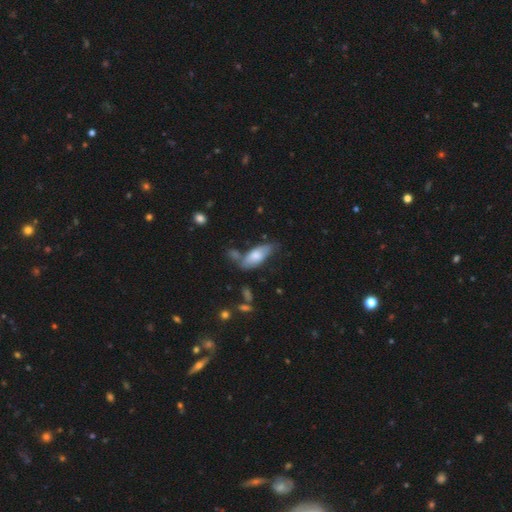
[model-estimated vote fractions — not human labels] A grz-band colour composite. It shows a smooth galaxy with no disk features (69%) that is in between round and cigar-shaped (79%). Merging: none (50%).